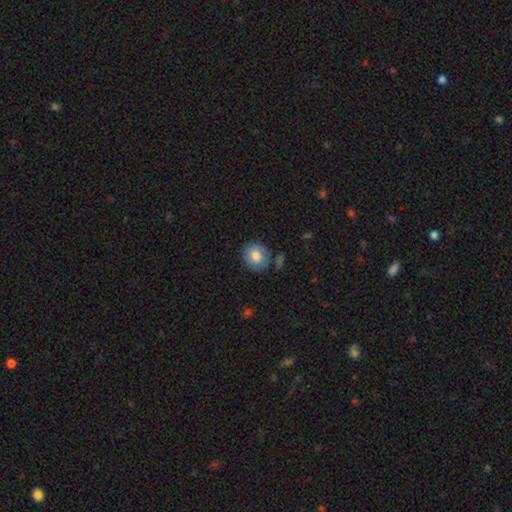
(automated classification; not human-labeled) Morphology: type=smooth (80%); roundness=round (78%); merging=none (80%).